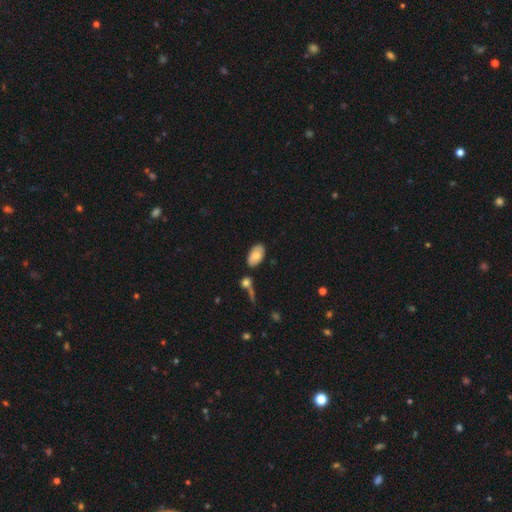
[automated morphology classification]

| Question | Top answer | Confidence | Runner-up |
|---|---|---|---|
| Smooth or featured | smooth | 77% | featured or disk (16%) |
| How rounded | in between | 94% | round (3%) |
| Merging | none | 76% | minor disturbance (12%) |